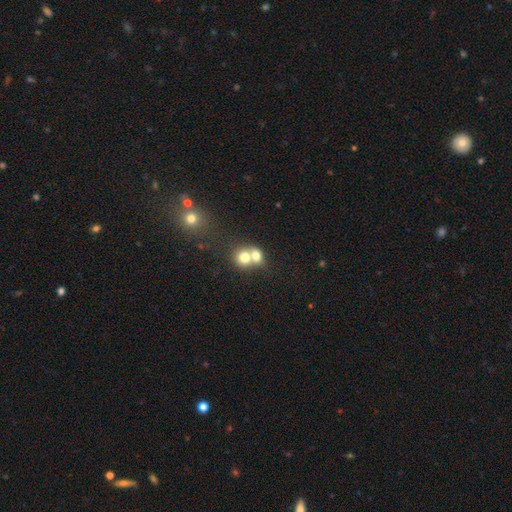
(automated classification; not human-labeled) smooth-or-featured: smooth: 72% | featured or disk: 18% | star or artifact: 10%
  how-rounded: round: 68% | in between: 31% | cigar-shaped: 1%
  merging: merger: 69% | none: 23% | minor disturbance: 5% | major disturbance: 3%